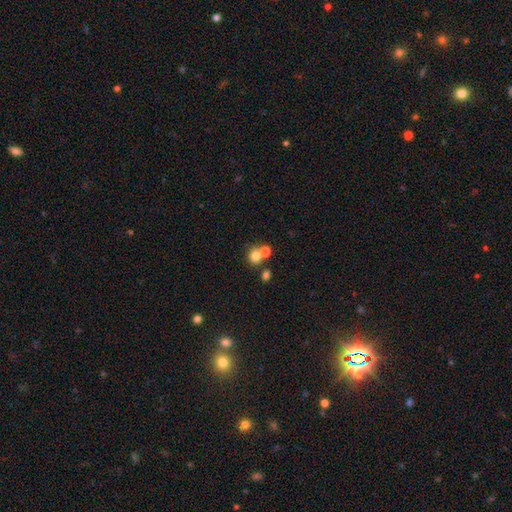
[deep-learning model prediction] smooth_or_featured: smooth (p=0.76) [alt: star or artifact p=0.13]
how_rounded: round (p=0.79) [alt: in between p=0.20]
merging: none (p=0.49) [alt: merger p=0.40]